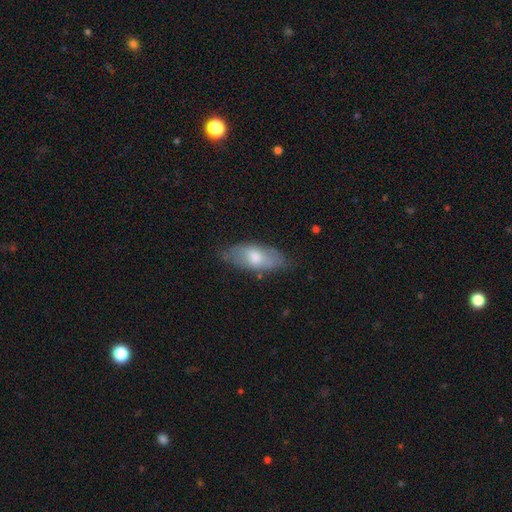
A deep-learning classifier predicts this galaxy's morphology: Smooth or featured? smooth (58%)
How rounded? in between (81%)
Merging? none (74%)